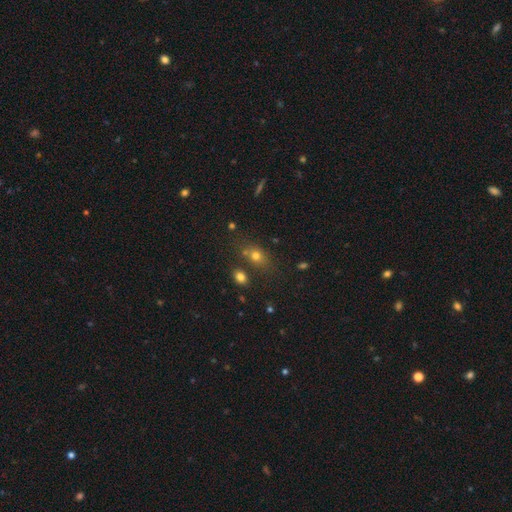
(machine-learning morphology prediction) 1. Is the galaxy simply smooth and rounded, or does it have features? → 61% smooth, 26% star or artifact, 13% featured or disk.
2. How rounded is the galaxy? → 49% in between, 47% round, 4% cigar-shaped.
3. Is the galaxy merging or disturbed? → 66% none, 18% merger, 12% minor disturbance, 5% major disturbance.